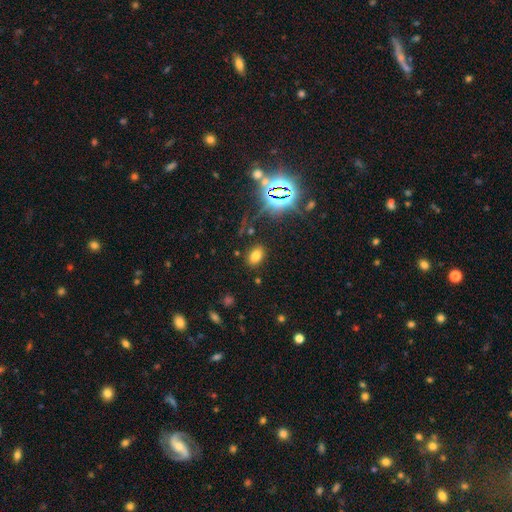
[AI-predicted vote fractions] This appears to be a smooth galaxy with no disk features (69%) that is in between round and cigar-shaped (84%). Merging: none (85%).